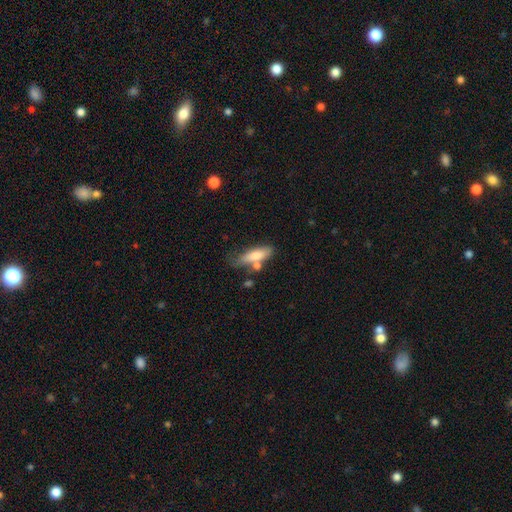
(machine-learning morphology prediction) type=smooth (74%); roundness=cigar-shaped (49%); merging=none (51%).